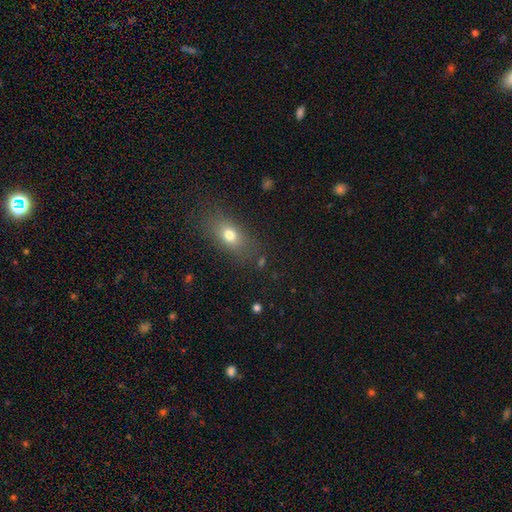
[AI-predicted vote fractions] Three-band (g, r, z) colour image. It shows a smooth galaxy with no disk features (65%) that is in between round and cigar-shaped (67%). Merging: none (83%).